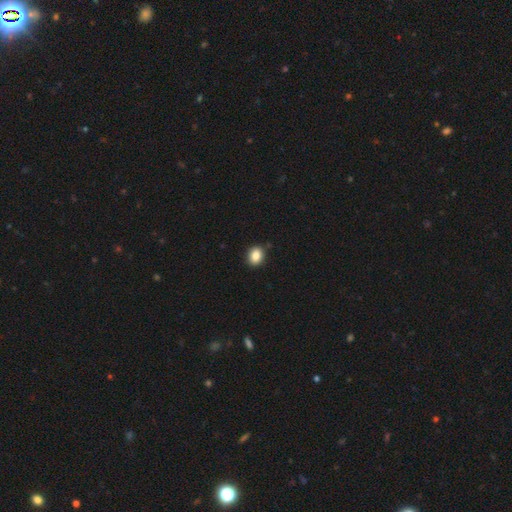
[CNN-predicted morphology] Smooth or featured? smooth (85%)
How rounded? round (52%)
Merging? none (89%)